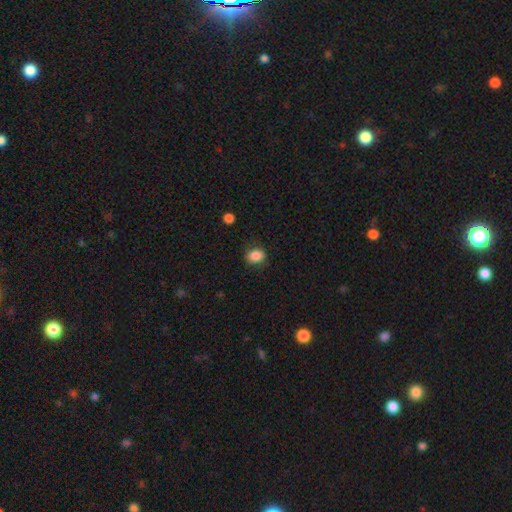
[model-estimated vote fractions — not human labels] smooth_or_featured: smooth (p=0.87) [alt: star or artifact p=0.09]
how_rounded: in between (p=0.51) [alt: round p=0.48]
merging: none (p=0.81) [alt: minor disturbance p=0.14]